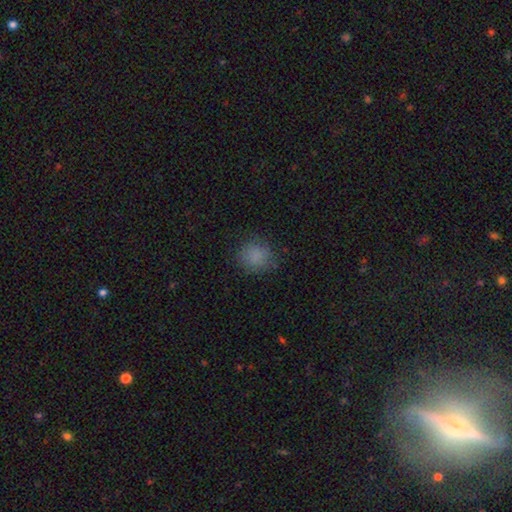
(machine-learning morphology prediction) type=smooth (84%); roundness=round (86%); merging=none (82%).